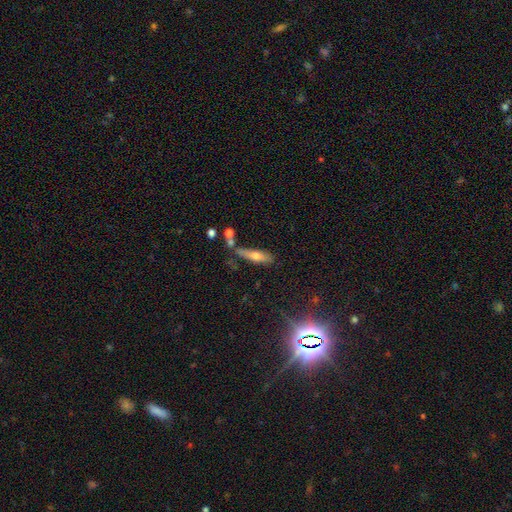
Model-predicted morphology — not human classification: Smooth or featured? Predicted: smooth (p=0.56). How rounded? Predicted: cigar-shaped (p=0.68). Merging? Predicted: none (p=0.61).